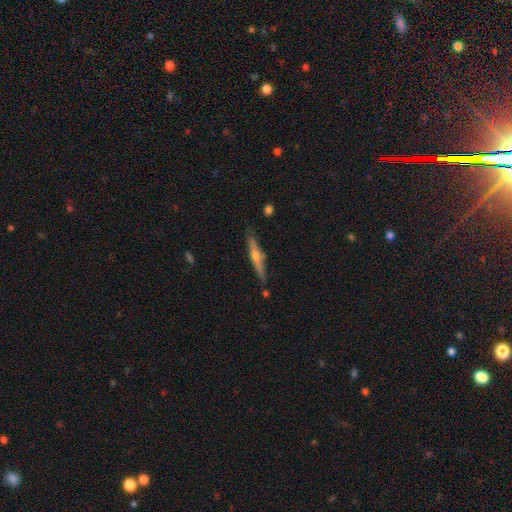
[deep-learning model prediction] This appears to be a featured or disk galaxy (62%) viewed edge-on (95%) with a rounded central bulge (85%). Merging: none (82%).